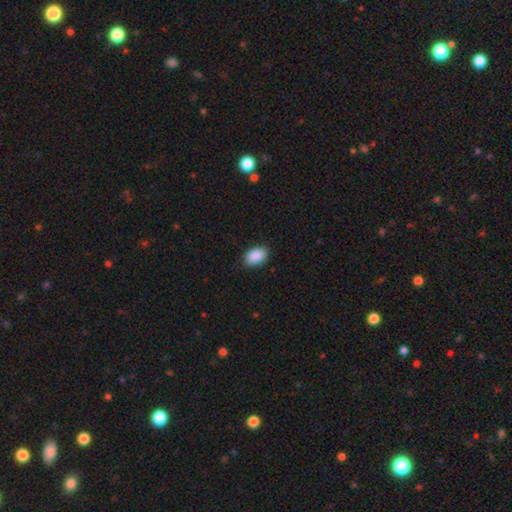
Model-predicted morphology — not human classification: smooth_or_featured: smooth (p=0.90) [alt: star or artifact p=0.07]
how_rounded: in between (p=0.89) [alt: round p=0.10]
merging: none (p=0.86) [alt: minor disturbance p=0.11]